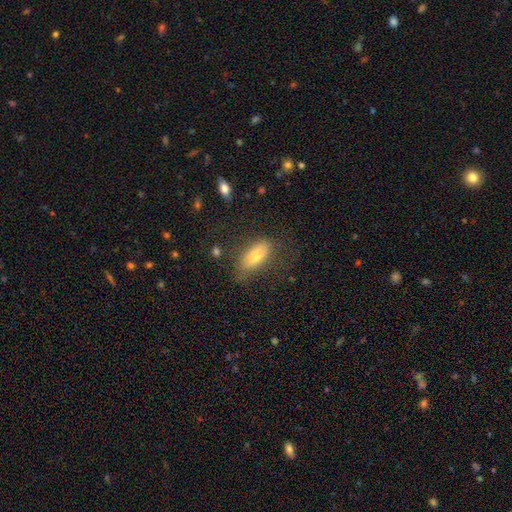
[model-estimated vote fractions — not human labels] This is likely a smooth galaxy (72%). How rounded: clearly in between (82%). Merging: likely none (60%).